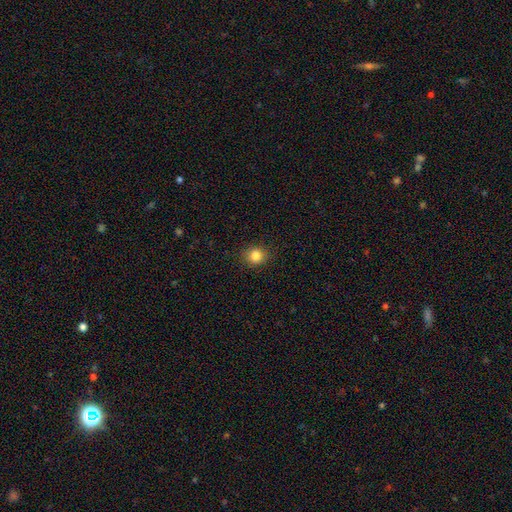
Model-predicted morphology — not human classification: This is clearly a smooth galaxy (84%). How rounded: clearly round (81%). Merging: clearly none (89%).